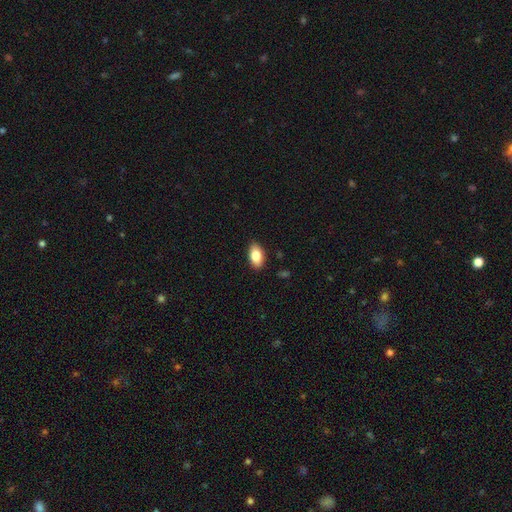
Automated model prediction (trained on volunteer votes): Morphology: type=smooth (84%); roundness=in between (92%); merging=none (88%).